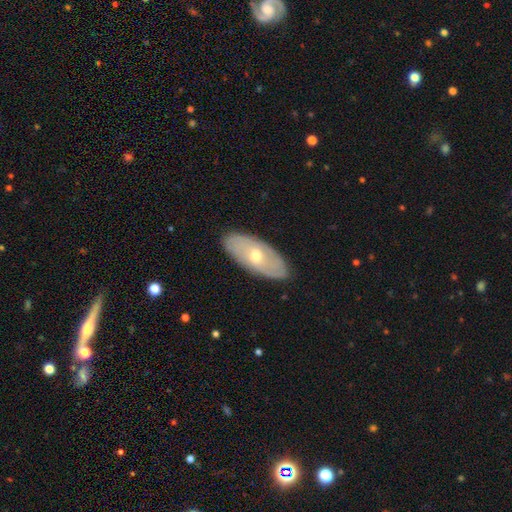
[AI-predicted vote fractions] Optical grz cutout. It shows a featured or disk galaxy (54%). Merging: none (87%).